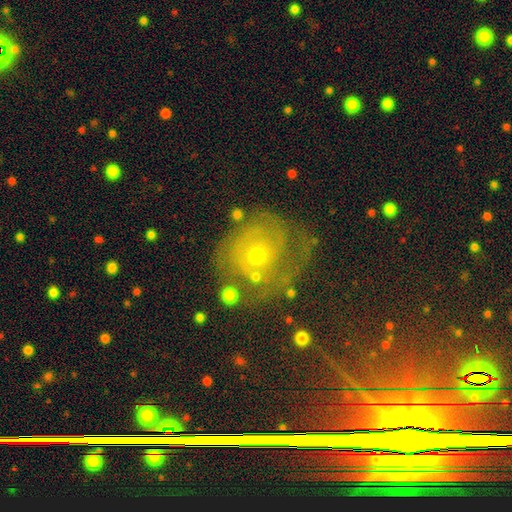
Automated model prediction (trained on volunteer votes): Smooth or featured? Predicted: featured or disk (p=0.60). Edge-on disk? Predicted: no (p=0.97). Bar? Predicted: no (p=0.82). Spiral arms? Predicted: yes (p=0.76). Bulge size? Predicted: small (p=0.56). Merging? Predicted: none (p=0.64).